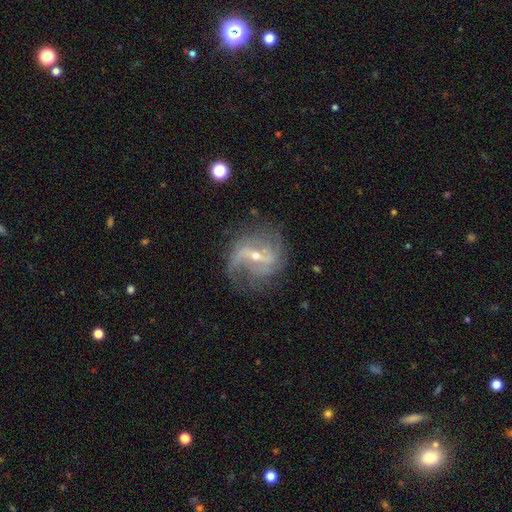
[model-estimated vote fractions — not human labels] The model was most divided on "bar": strong: 45%, weak: 40%, no: 15%. Remaining: edge-on disk — no (96%); spiral arms — yes (94%); smooth or featured — featured or disk (86%); merging — none (67%); spiral arm count — 2 (63%); bulge size — small (62%); spiral winding — loose (48%).